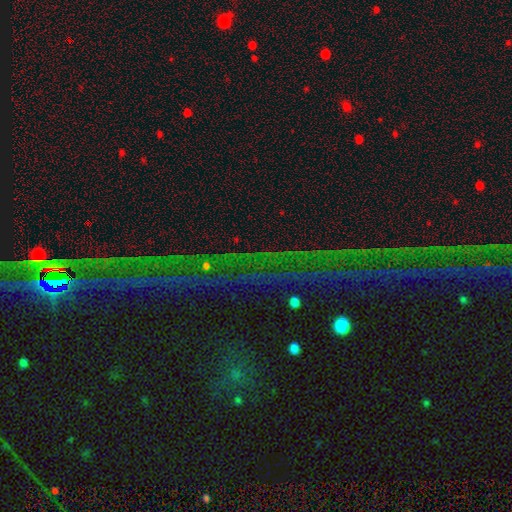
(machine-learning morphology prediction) This is clearly a star or artifact rather than a galaxy (81%).